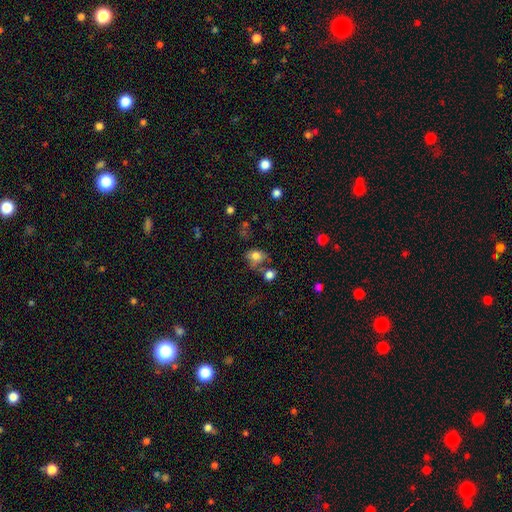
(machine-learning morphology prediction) This is likely a smooth galaxy (74%). How rounded: possibly in between (59%). Merging: possibly none (45%).